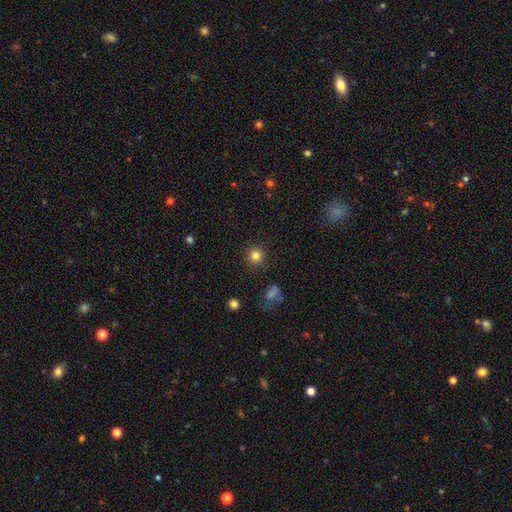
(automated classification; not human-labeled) Smooth or featured: smooth — 81% (star or artifact — 13%)
How rounded: round — 94% (in between — 5%)
Merging: none — 90% (minor disturbance — 6%)